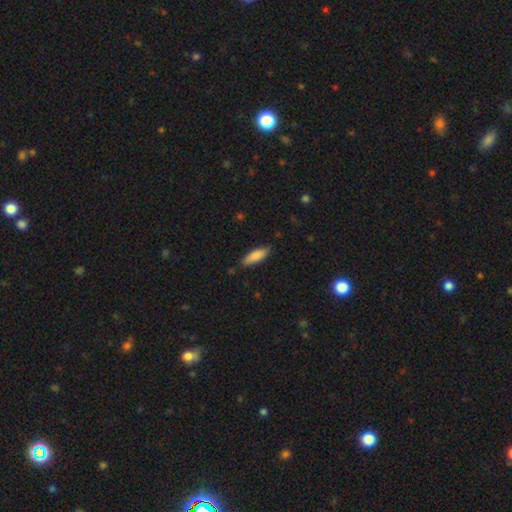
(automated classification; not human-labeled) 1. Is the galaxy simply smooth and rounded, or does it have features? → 84% smooth, 10% featured or disk, 6% star or artifact.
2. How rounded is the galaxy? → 57% in between, 41% cigar-shaped, 2% round.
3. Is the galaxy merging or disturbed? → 84% none, 12% minor disturbance, 2% major disturbance, 1% merger.